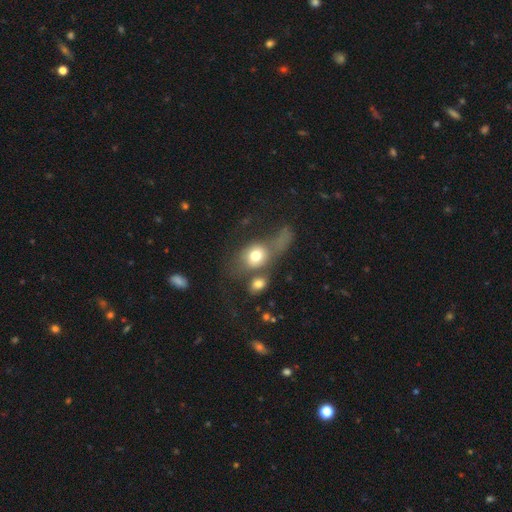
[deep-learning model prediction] A smooth galaxy with no disk features (70%) that is round (54%).

Vote fractions:
- Smooth or featured? smooth: 70% / featured or disk: 20% / star or artifact: 11%
- How rounded? round: 54% / in between: 43% / cigar-shaped: 3%
- Merging? major disturbance: 33% / merger: 32% / none: 21% / minor disturbance: 13%